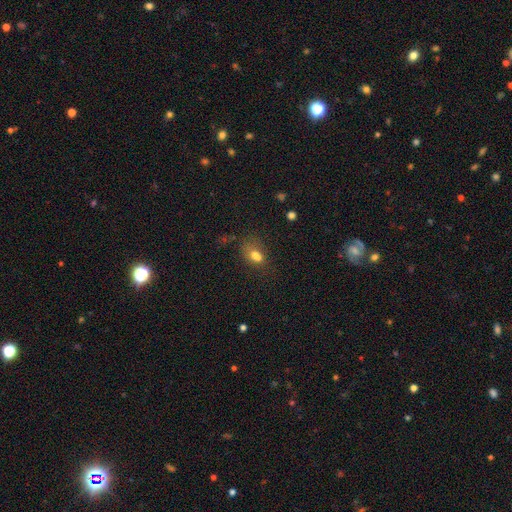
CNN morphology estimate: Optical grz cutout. It shows a smooth galaxy with no disk features (71%) that is in between round and cigar-shaped (69%). Merging: merger (35%).